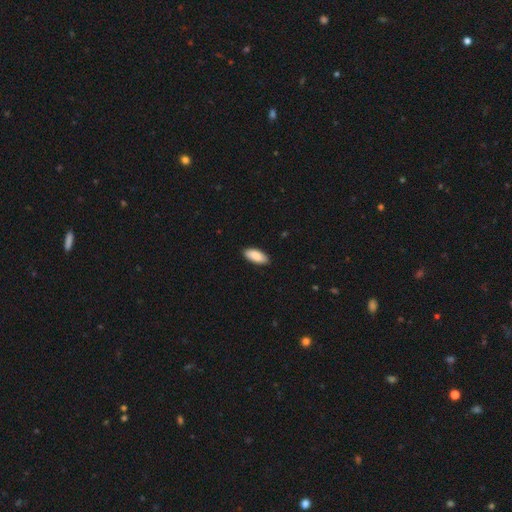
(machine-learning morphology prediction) This appears to be a smooth galaxy with no disk features (88%) that is in between round and cigar-shaped (87%). Merging: none (89%).